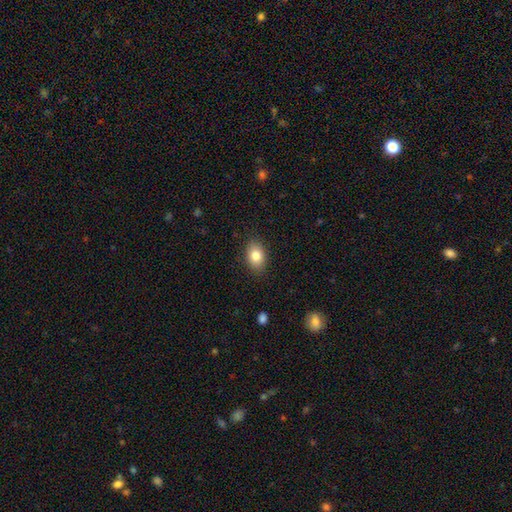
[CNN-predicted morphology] Smooth or featured: smooth — 82% (featured or disk — 10%)
How rounded: in between — 83% (round — 16%)
Merging: none — 87% (minor disturbance — 10%)